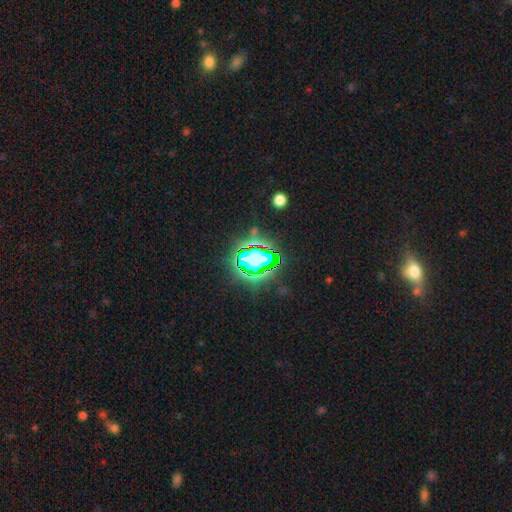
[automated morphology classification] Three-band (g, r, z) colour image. It shows a star or artifact, not a galaxy (71%).